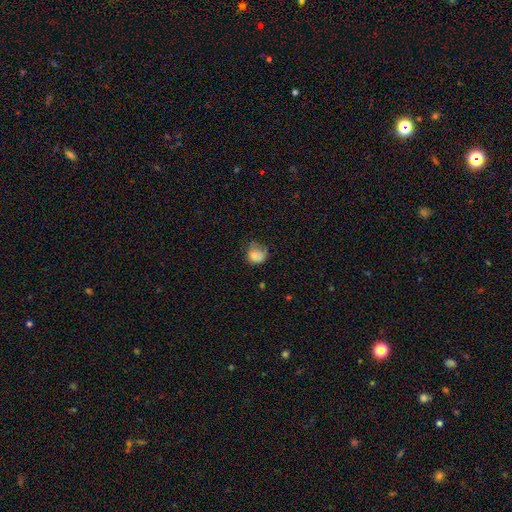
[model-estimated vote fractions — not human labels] smooth-or-featured: smooth: 79% | featured or disk: 13% | star or artifact: 9%
  how-rounded: round: 74% | in between: 25% | cigar-shaped: 1%
  merging: none: 44% | minor disturbance: 34% | major disturbance: 19% | merger: 2%